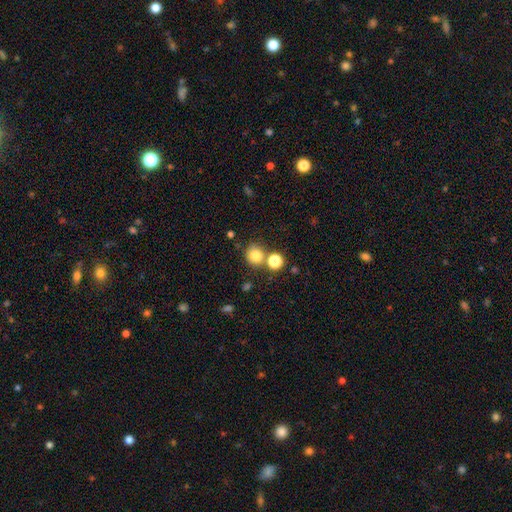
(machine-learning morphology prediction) A smooth galaxy with no disk features (80%) that is round (85%).

Vote fractions:
- Smooth or featured? smooth: 80% / star or artifact: 13% / featured or disk: 7%
- How rounded? round: 85% / in between: 14% / cigar-shaped: 1%
- Merging? none: 69% / merger: 17% / minor disturbance: 10% / major disturbance: 4%